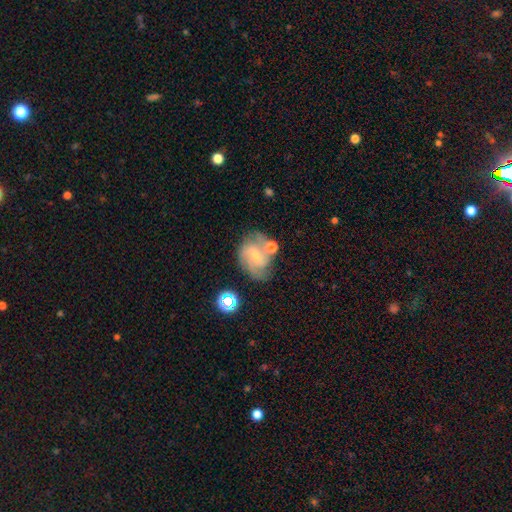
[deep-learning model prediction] The model was most divided on "spiral winding": medium: 48%, tight: 32%, loose: 21%. Remaining: edge-on disk — no (97%); spiral arms — yes (91%); smooth or featured — featured or disk (68%); bulge size — small (61%); merging — none (58%); bar — weak (51%); spiral arm count — 2 (47%).